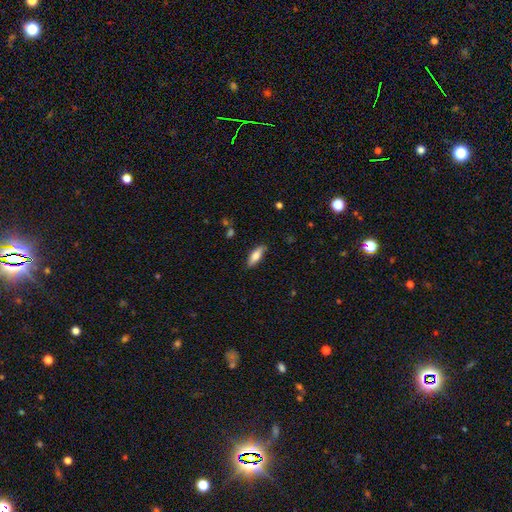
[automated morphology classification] smooth 78%, featured or disk 16%, star or artifact 6%. Down the decision tree: how rounded — in between (66%); merging — none (85%).